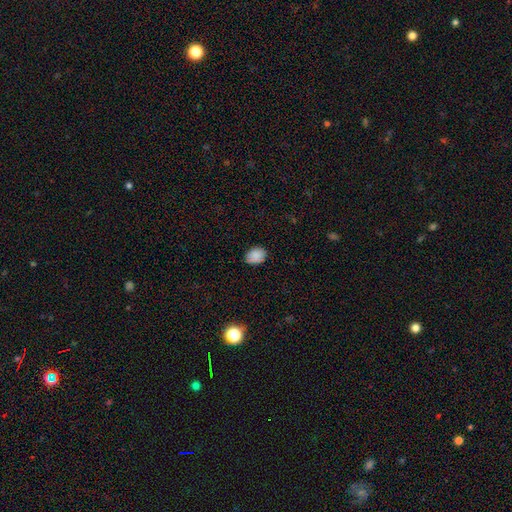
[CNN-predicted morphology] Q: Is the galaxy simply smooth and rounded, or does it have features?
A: smooth — 83%.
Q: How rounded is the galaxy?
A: in between — 63%.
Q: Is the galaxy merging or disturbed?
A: none — 81%.